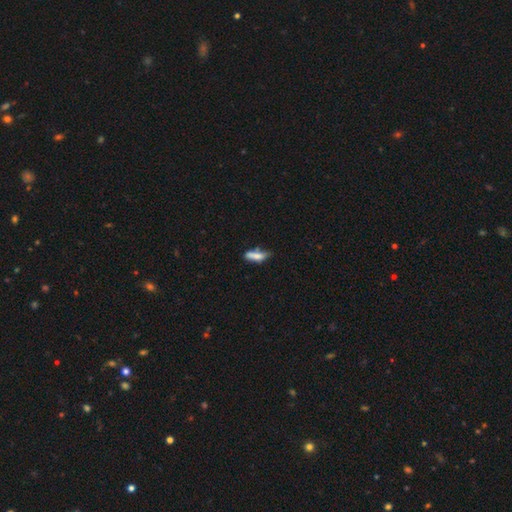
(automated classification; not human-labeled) Q: Smooth or featured?
A: smooth (73%); runner-up: featured or disk (19%)
Q: How rounded?
A: cigar-shaped (54%); runner-up: in between (43%)
Q: Merging?
A: none (46%); runner-up: minor disturbance (28%)